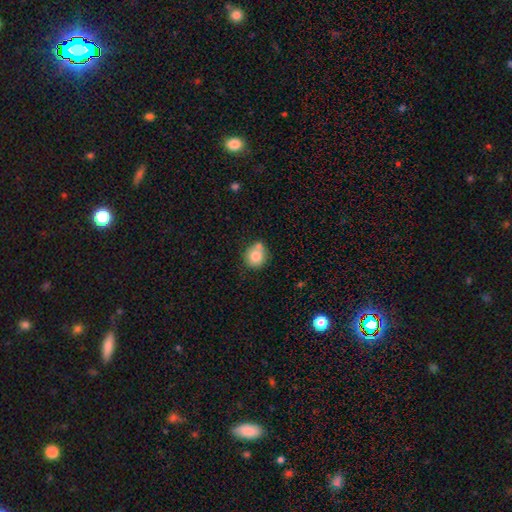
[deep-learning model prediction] Smooth or featured? Predicted: smooth (p=0.82). How rounded? Predicted: round (p=0.86). Merging? Predicted: none (p=0.57).